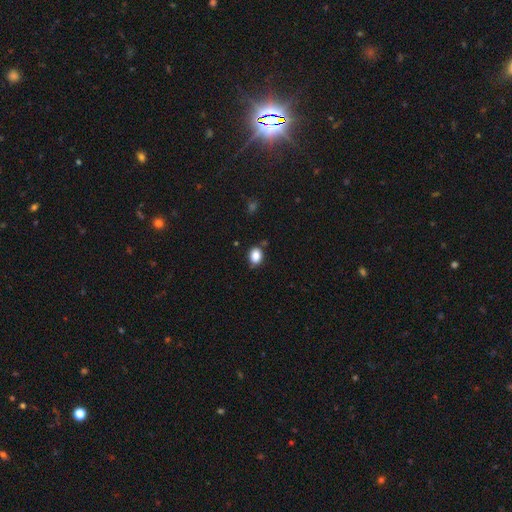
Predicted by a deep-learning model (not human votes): Smooth or featured? Predicted: smooth (p=0.87). How rounded? Predicted: in between (p=0.62). Merging? Predicted: none (p=0.76).